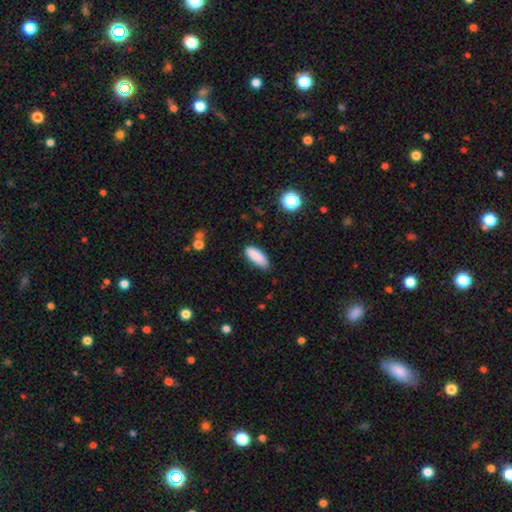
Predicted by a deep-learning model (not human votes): Smooth or featured? smooth (88%)
How rounded? in between (74%)
Merging? none (81%)